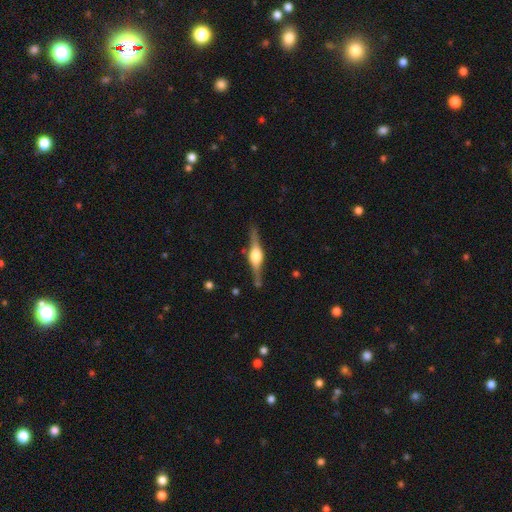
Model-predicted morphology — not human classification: Overall: featured or disk (85%). Edge-on disk: yes (98%). Edge-on bulge: rounded (90%). Merging: none (86%).